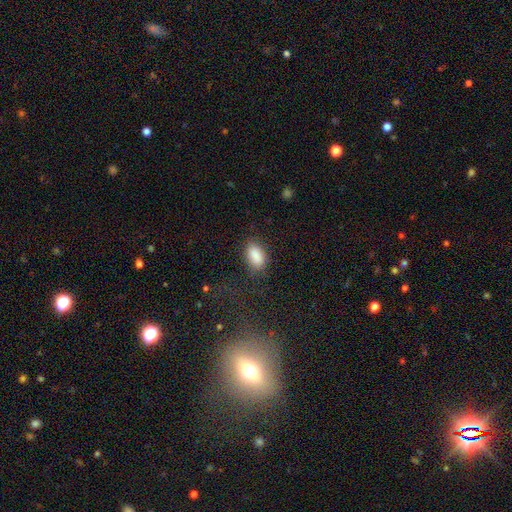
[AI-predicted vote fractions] smooth-or-featured: smooth: 88% | star or artifact: 8% | featured or disk: 4%
  how-rounded: in between: 92% | round: 6% | cigar-shaped: 3%
  merging: none: 76% | minor disturbance: 16% | major disturbance: 6% | merger: 2%